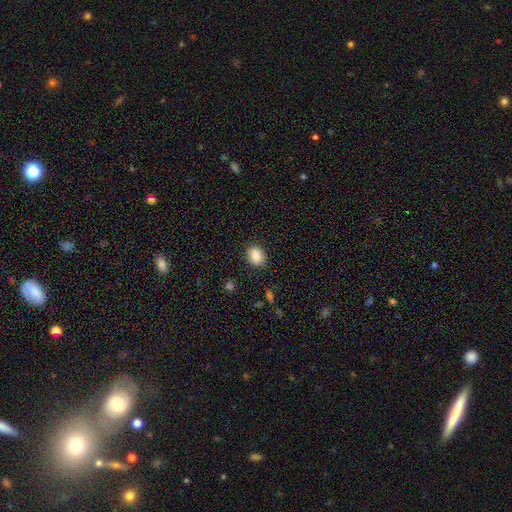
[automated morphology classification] A smooth galaxy with no disk features (86%) that is in between round and cigar-shaped (61%).

Vote fractions:
- Smooth or featured? smooth: 86% / star or artifact: 8% / featured or disk: 5%
- How rounded? in between: 61% / round: 38% / cigar-shaped: 1%
- Merging? none: 86% / minor disturbance: 10% / major disturbance: 2% / merger: 1%